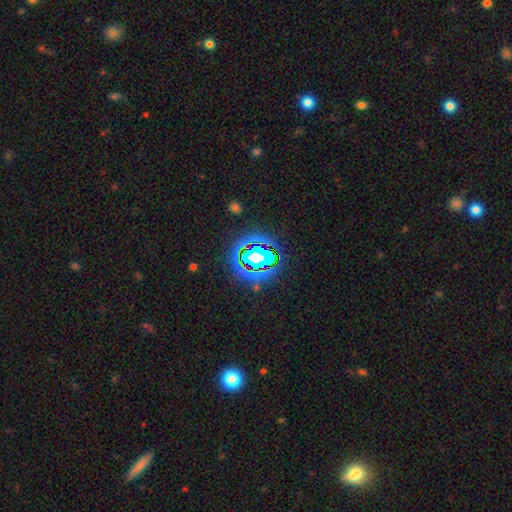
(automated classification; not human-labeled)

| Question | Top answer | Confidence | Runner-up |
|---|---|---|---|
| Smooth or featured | star or artifact | 74% | smooth (14%) |